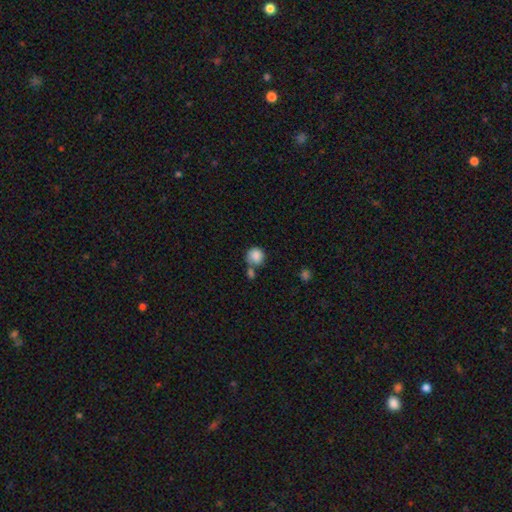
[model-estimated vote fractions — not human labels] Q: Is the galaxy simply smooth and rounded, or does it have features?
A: smooth — 86%.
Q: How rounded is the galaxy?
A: round — 89%.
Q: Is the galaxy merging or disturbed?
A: none — 48%.